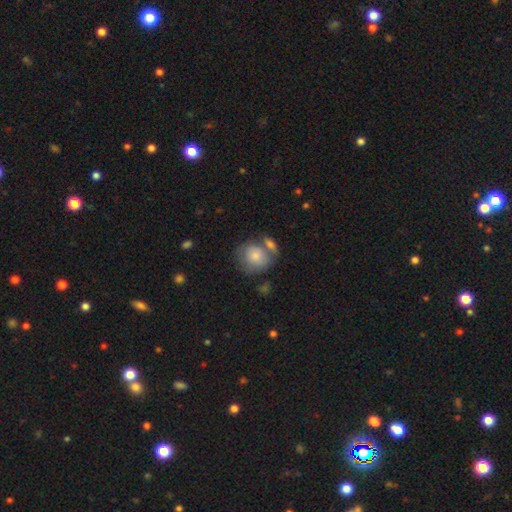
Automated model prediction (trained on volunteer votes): A smooth galaxy with no disk features (74%) that is round (75%). Merging: none (41%).